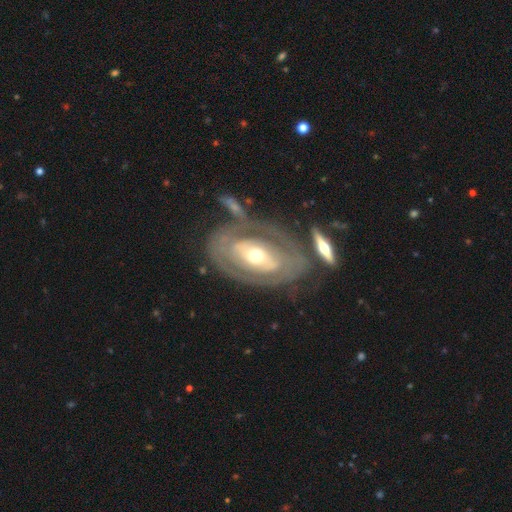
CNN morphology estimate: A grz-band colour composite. It shows a featured or disk galaxy (78%) with no bar (49%), spiral arms (63%) and a moderate central bulge (66%). Merging: none (52%).